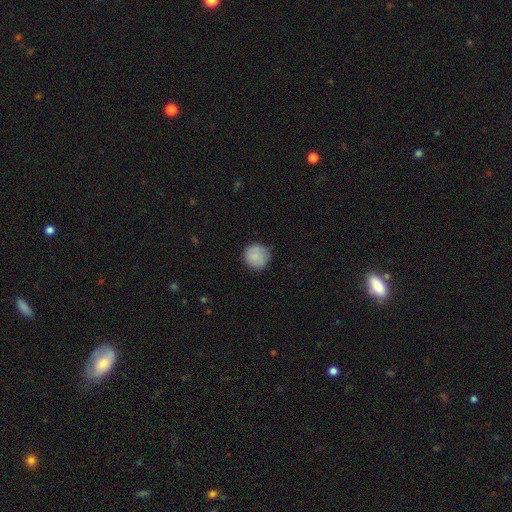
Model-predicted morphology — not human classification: Q: Smooth or featured?
A: smooth (83%); runner-up: featured or disk (10%)
Q: How rounded?
A: round (93%); runner-up: in between (6%)
Q: Merging?
A: none (79%); runner-up: minor disturbance (16%)